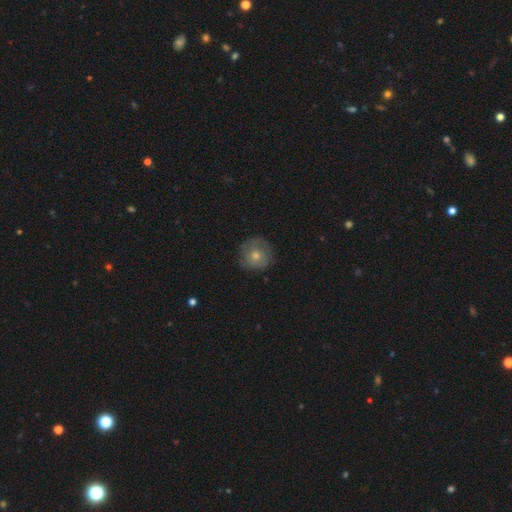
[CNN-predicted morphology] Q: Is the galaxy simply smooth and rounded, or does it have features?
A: smooth — 45%.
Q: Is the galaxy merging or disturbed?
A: none — 80%.